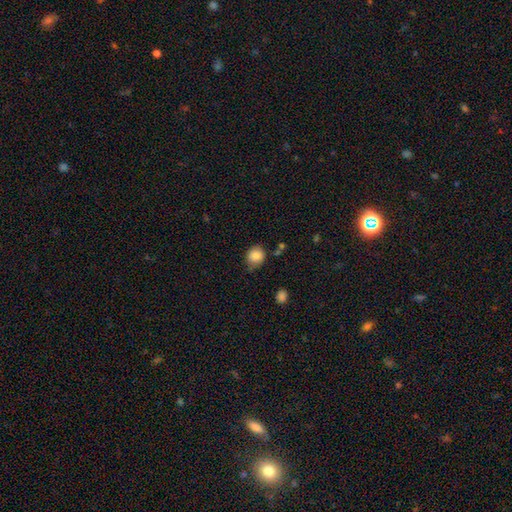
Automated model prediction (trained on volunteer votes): Smooth or featured? smooth (85%)
How rounded? round (74%)
Merging? none (68%)